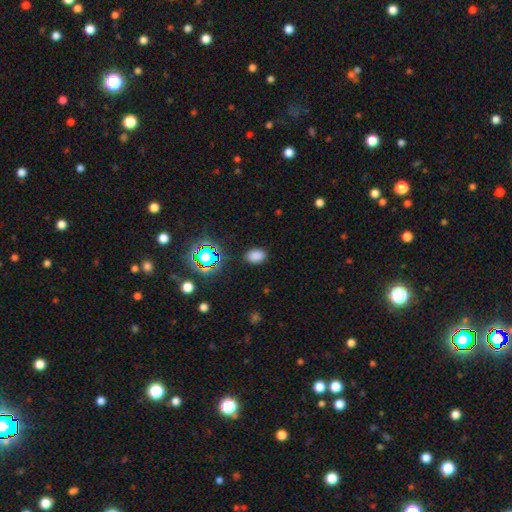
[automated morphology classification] A smooth galaxy with no disk features (76%) that is in between round and cigar-shaped (78%).

Vote fractions:
- Smooth or featured? smooth: 76% / star or artifact: 19% / featured or disk: 5%
- How rounded? in between: 78% / round: 21% / cigar-shaped: 1%
- Merging? none: 85% / minor disturbance: 10% / major disturbance: 3% / merger: 1%